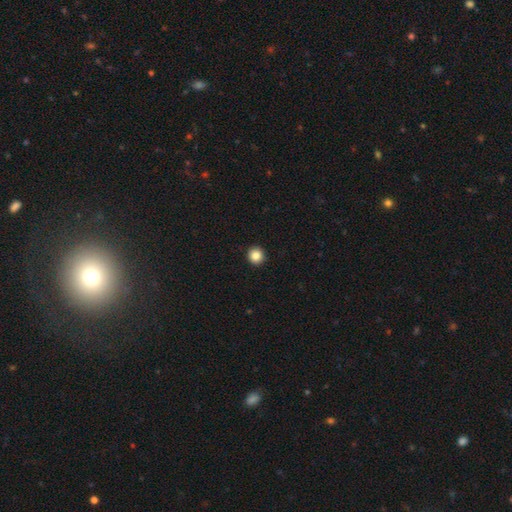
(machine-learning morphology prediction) Smooth or featured? smooth (86%)
How rounded? round (94%)
Merging? none (94%)